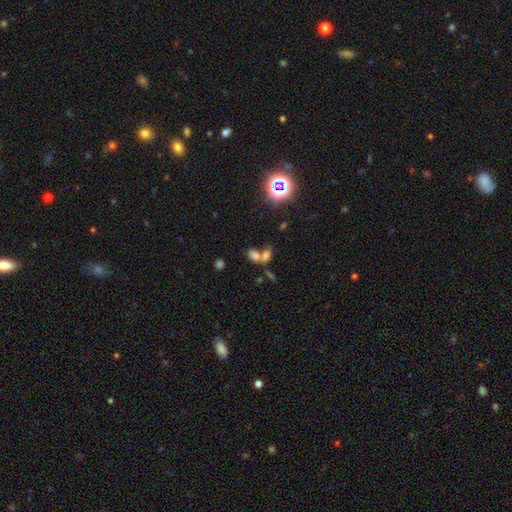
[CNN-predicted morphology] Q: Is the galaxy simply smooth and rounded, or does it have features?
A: smooth — 66%.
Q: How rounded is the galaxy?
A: in between — 80%.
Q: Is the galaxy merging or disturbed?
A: merger — 61%.